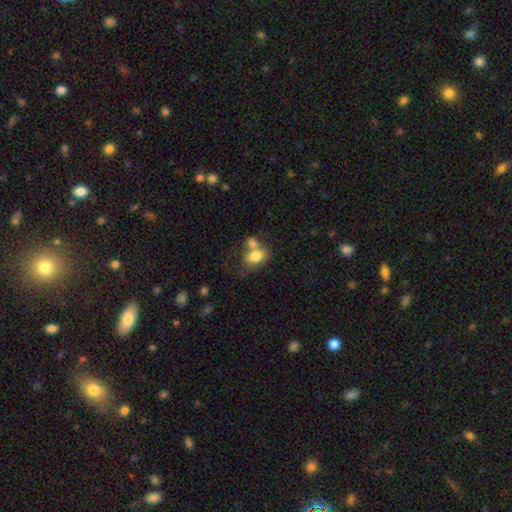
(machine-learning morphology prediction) Q: Smooth or featured?
A: smooth (79%); runner-up: featured or disk (13%)
Q: How rounded?
A: in between (83%); runner-up: round (16%)
Q: Merging?
A: merger (46%); runner-up: none (35%)